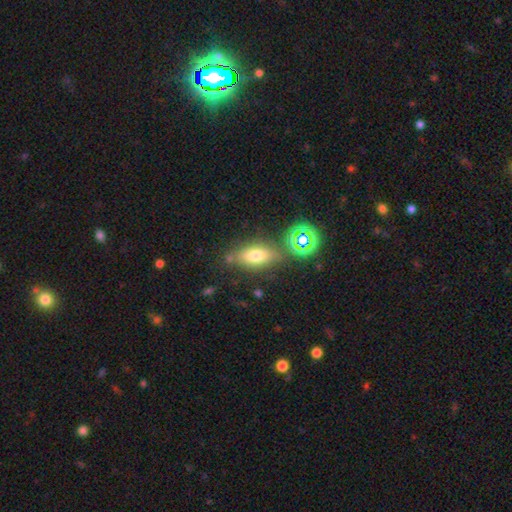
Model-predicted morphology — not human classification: This is possibly a smooth galaxy (59%). How rounded: likely in between (70%). Merging: likely none (72%).